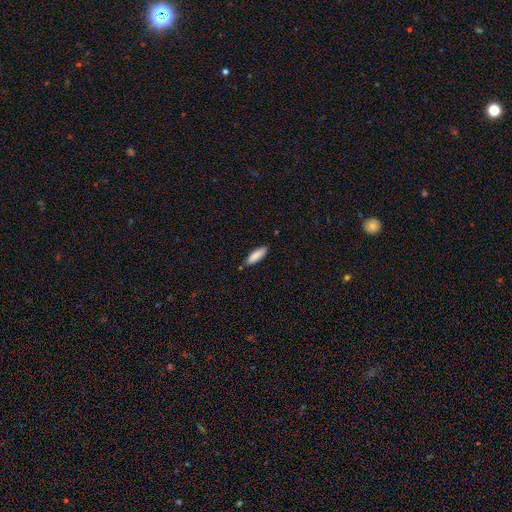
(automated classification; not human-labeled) Overall: smooth (88%). How rounded: in between (54%; cigar-shaped 44%). Merging: none (83%).